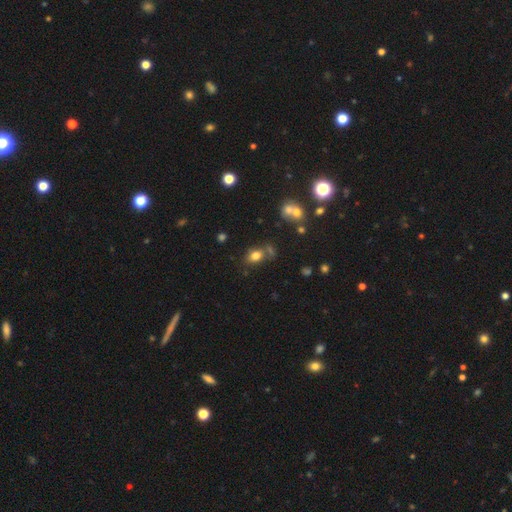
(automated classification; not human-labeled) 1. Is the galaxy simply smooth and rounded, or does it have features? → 77% smooth, 13% star or artifact, 9% featured or disk.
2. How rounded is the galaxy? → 67% in between, 32% round, 2% cigar-shaped.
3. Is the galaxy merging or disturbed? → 64% none, 16% minor disturbance, 14% merger, 5% major disturbance.